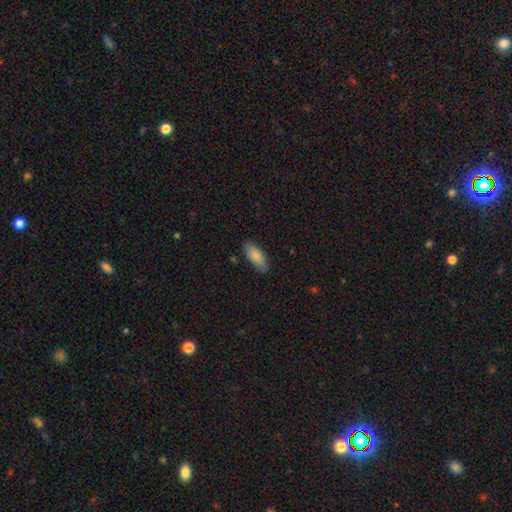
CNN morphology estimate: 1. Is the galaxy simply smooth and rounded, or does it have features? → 83% smooth, 11% featured or disk, 6% star or artifact.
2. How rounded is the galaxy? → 81% in between, 17% cigar-shaped, 2% round.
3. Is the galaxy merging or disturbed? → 83% none, 14% minor disturbance, 2% major disturbance, 1% merger.